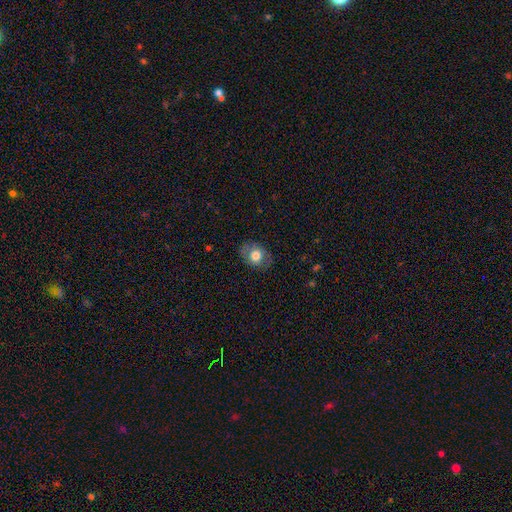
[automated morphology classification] Overall: smooth (73%). How rounded: in between (55%; round 44%). Merging: none (80%).